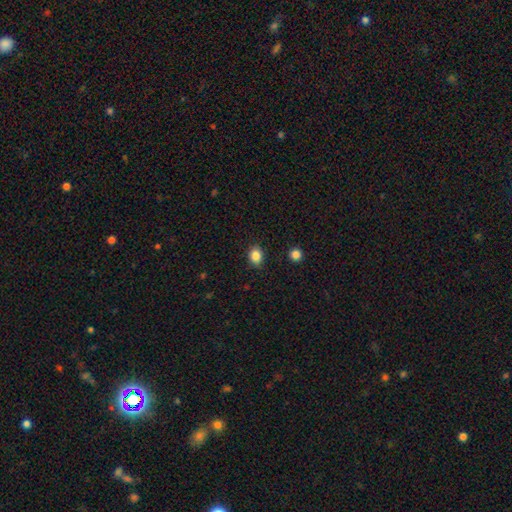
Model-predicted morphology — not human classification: Smooth or featured?
  - smooth: 86% *
  - star or artifact: 10%
  - featured or disk: 4%
How rounded?
  - in between: 51% *
  - round: 48%
  - cigar-shaped: 1%
Merging?
  - none: 86% *
  - minor disturbance: 10%
  - major disturbance: 2%
  - merger: 2%